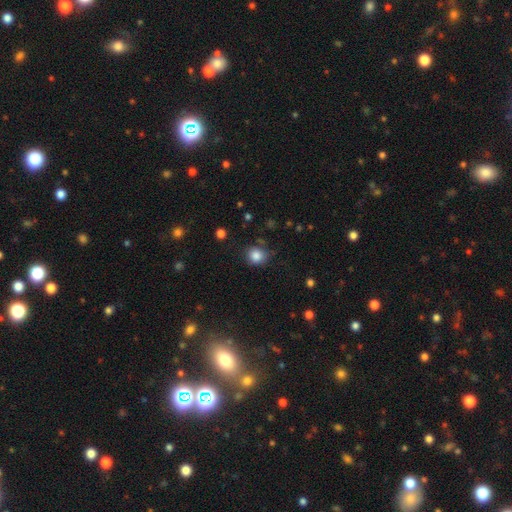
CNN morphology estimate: This appears to be a smooth galaxy with no disk features (85%) that is round (79%). Merging: none (77%).